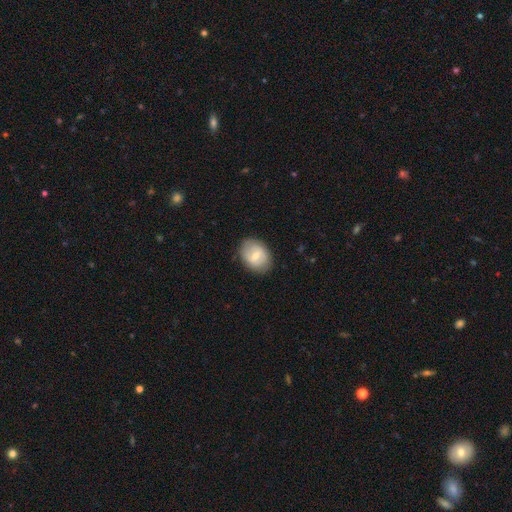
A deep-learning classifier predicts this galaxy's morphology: This appears to be a smooth galaxy with no disk features (55%) that is in between round and cigar-shaped (68%). Merging: none (83%).